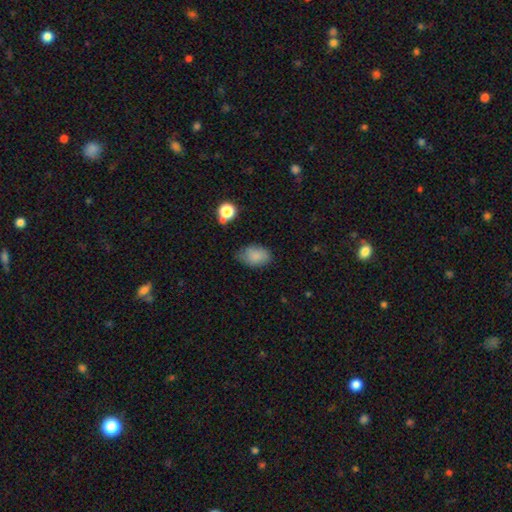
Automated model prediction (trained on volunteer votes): Smooth or featured? smooth (84%)
How rounded? in between (86%)
Merging? none (66%)